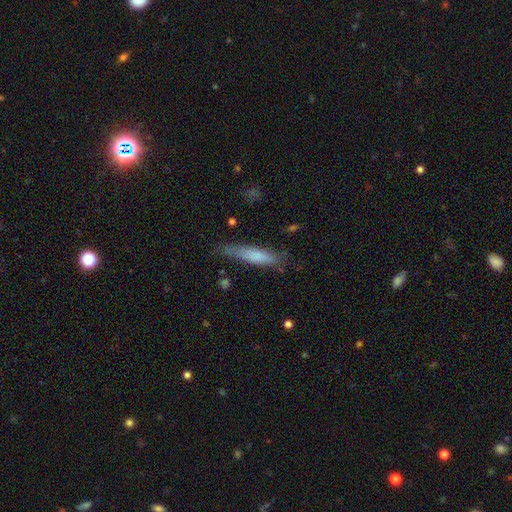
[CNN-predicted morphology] Q: Smooth or featured?
A: smooth (73%); runner-up: featured or disk (20%)
Q: How rounded?
A: cigar-shaped (81%); runner-up: in between (18%)
Q: Merging?
A: none (66%); runner-up: minor disturbance (25%)